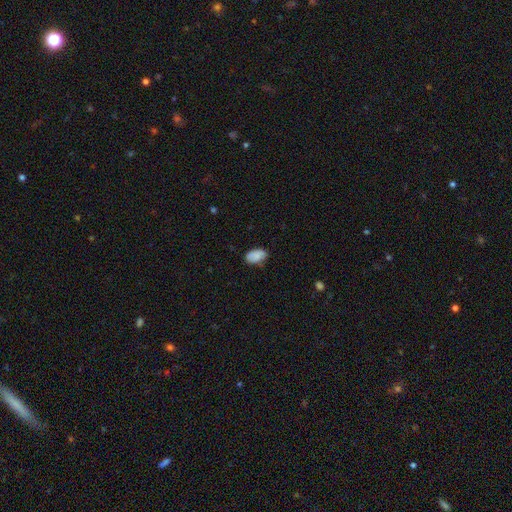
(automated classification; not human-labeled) This is clearly a smooth galaxy (85%). How rounded: clearly in between (93%). Merging: likely none (76%).